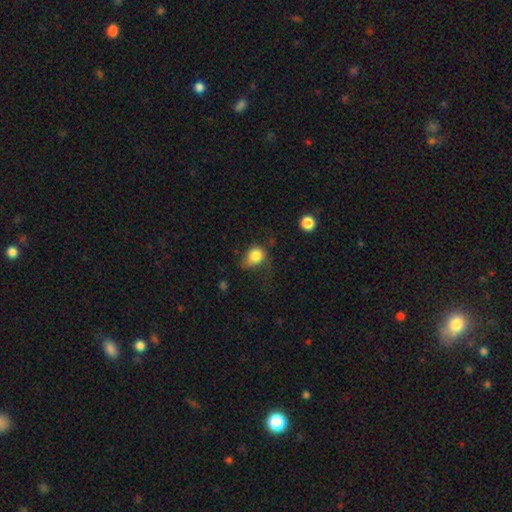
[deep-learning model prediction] A smooth galaxy with no disk features (82%) that is round (58%). Merging: none (36%).